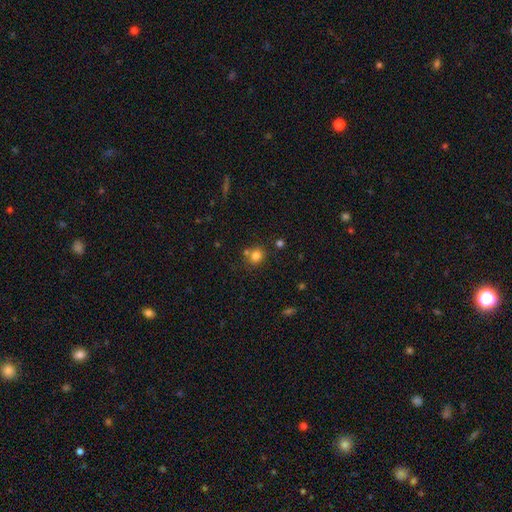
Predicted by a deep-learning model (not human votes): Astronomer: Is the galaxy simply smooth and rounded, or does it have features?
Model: smooth — 80%.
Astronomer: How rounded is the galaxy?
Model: round — 74%.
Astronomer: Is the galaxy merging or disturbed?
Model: none — 67%.